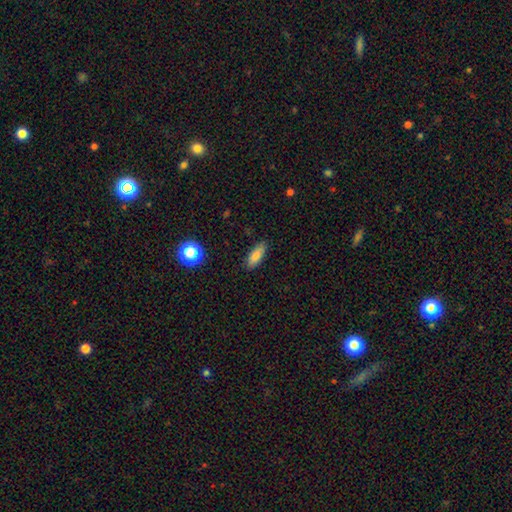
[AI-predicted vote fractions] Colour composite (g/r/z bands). It shows a smooth galaxy with no disk features (83%) that is in between round and cigar-shaped (69%). Merging: none (83%).